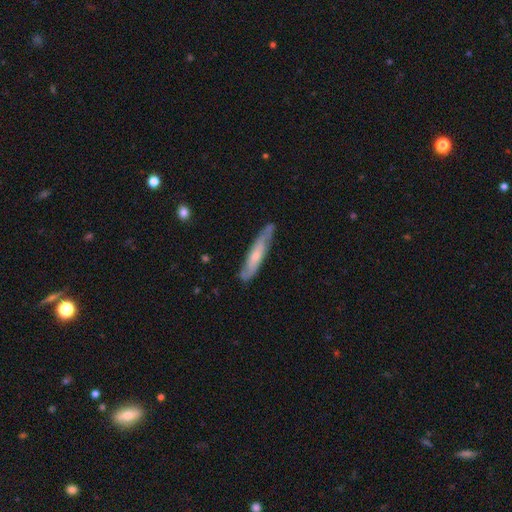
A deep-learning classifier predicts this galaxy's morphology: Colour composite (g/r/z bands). It shows a featured or disk galaxy (56%) viewed edge-on (61%). Merging: none (72%).